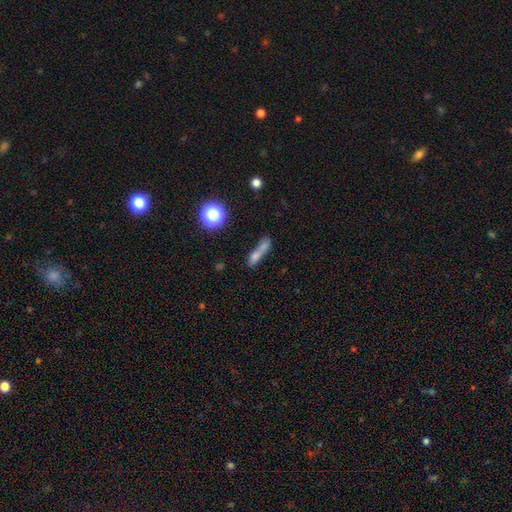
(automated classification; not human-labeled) The model was most divided on "how rounded": cigar-shaped: 45%, in between: 38%, round: 17%. More confident: smooth or featured — smooth (63%); merging — merger (59%).